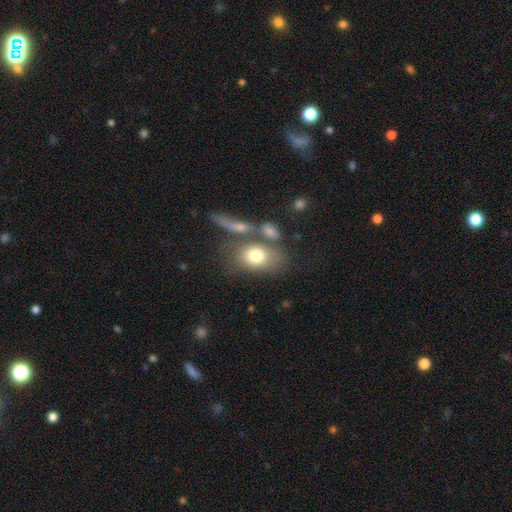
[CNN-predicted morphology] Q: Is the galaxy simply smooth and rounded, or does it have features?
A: smooth — 74%.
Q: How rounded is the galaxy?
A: in between — 75%.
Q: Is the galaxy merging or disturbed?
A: none — 48%.